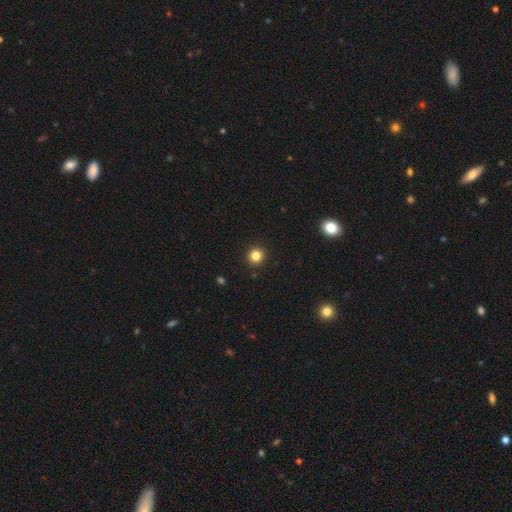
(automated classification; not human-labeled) A smooth galaxy with no disk features (83%) that is round (95%).

Vote fractions:
- Smooth or featured? smooth: 83% / star or artifact: 13% / featured or disk: 4%
- How rounded? round: 95% / in between: 4% / cigar-shaped: 1%
- Merging? none: 93% / minor disturbance: 4% / major disturbance: 2% / merger: 1%